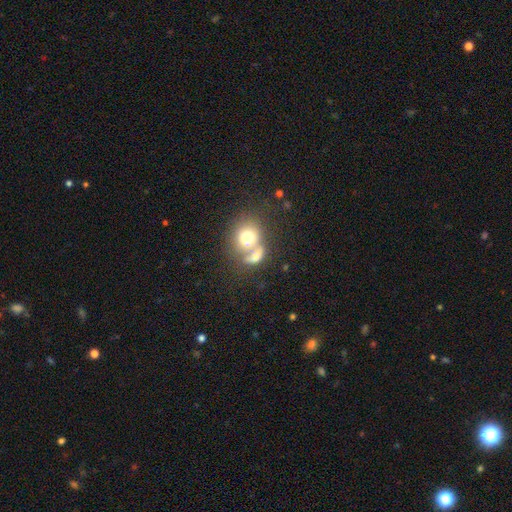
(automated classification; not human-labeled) This appears to be a smooth galaxy with no disk features (67%) that is round (55%). Merging: merger (62%).